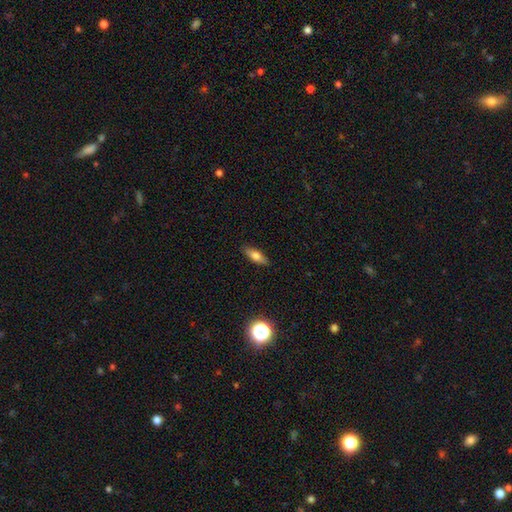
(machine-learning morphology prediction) Smooth or featured? Predicted: smooth (p=0.69). How rounded? Predicted: in between (p=0.62). Merging? Predicted: none (p=0.88).